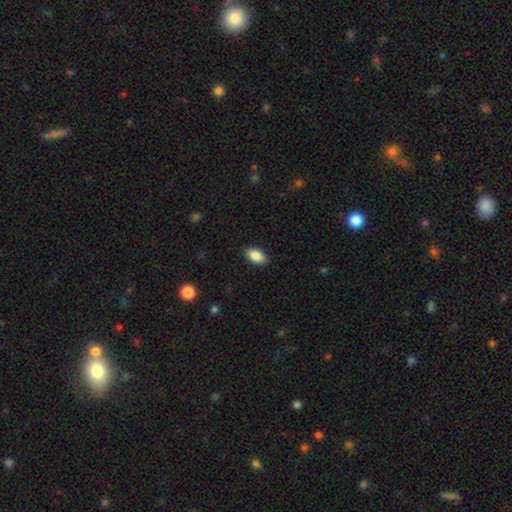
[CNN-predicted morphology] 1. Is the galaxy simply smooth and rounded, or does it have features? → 87% smooth, 7% star or artifact, 6% featured or disk.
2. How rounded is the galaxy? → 93% in between, 4% round, 4% cigar-shaped.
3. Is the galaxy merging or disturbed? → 88% none, 9% minor disturbance, 2% major disturbance, 1% merger.